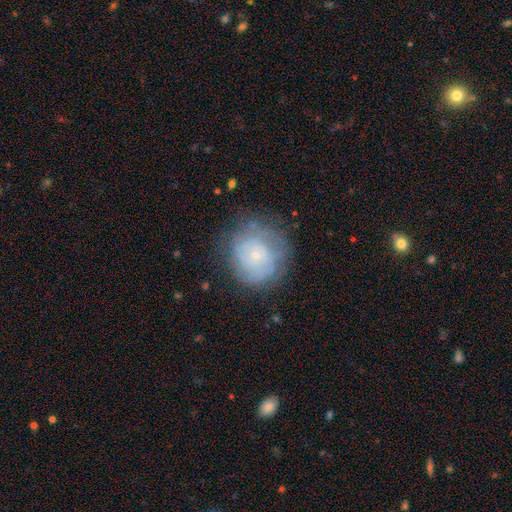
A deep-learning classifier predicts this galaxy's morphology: featured or disk 53%, smooth 38%, star or artifact 9%. Down the decision tree: edge-on disk — no (97%); bar — no (84%); spiral arms — yes (69%); bulge size — small (83%); merging — none (68%).